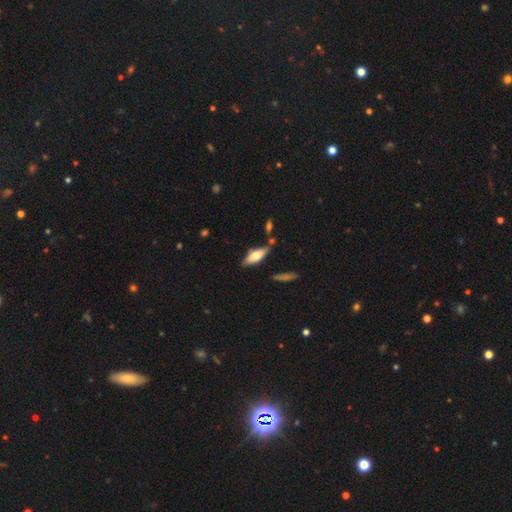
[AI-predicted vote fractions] Smooth or featured?
  - smooth: 54% *
  - featured or disk: 39%
  - star or artifact: 6%
How rounded?
  - in between: 63% *
  - cigar-shaped: 35%
  - round: 2%
Merging?
  - none: 74% *
  - minor disturbance: 16%
  - merger: 7%
  - major disturbance: 4%